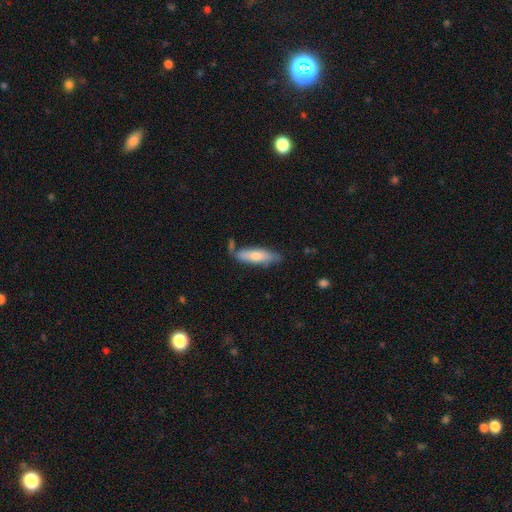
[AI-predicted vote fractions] Smooth or featured? smooth (70%)
How rounded? cigar-shaped (57%)
Merging? none (67%)